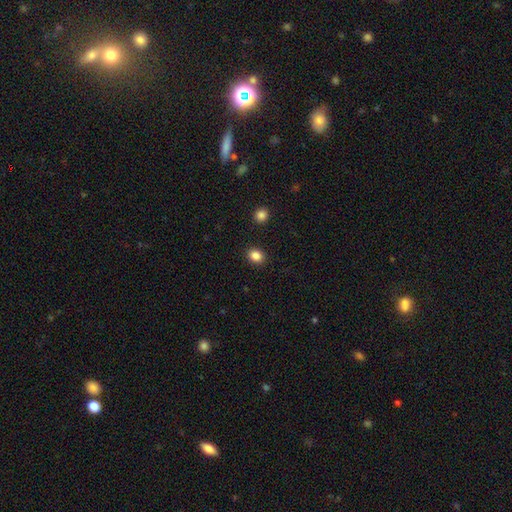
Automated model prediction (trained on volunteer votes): Overall: smooth (86%). How rounded: round (58%; in between 41%). Merging: none (90%).